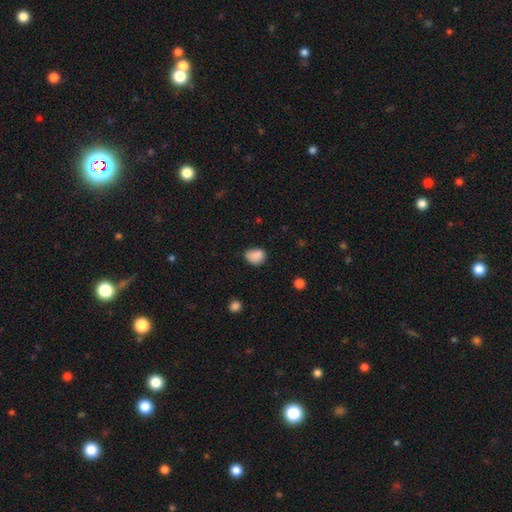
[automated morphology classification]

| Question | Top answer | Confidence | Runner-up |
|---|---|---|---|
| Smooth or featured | smooth | 85% | star or artifact (10%) |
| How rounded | in between | 56% | round (43%) |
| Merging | none | 58% | minor disturbance (31%) |